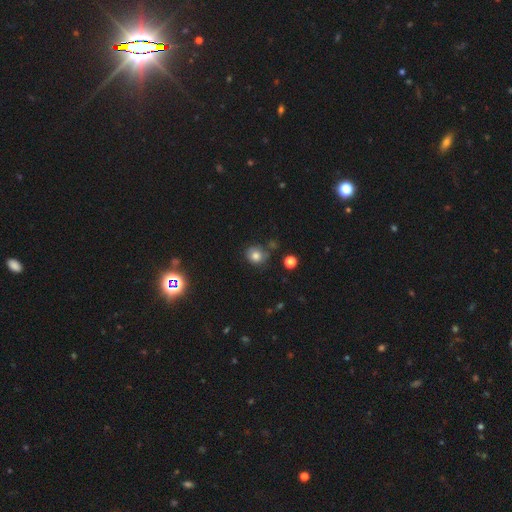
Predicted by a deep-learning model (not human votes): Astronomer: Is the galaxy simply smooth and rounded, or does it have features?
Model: smooth — 78%.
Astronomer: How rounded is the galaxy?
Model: round — 78%.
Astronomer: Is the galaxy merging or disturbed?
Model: none — 71%.